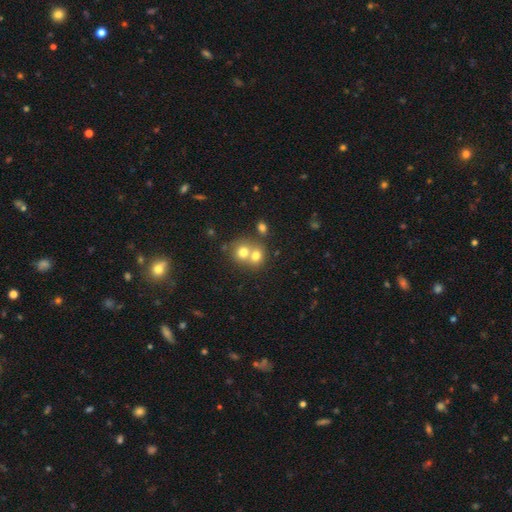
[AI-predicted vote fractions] A smooth galaxy with no disk features (71%) that is round (72%). Merging: merger (60%).